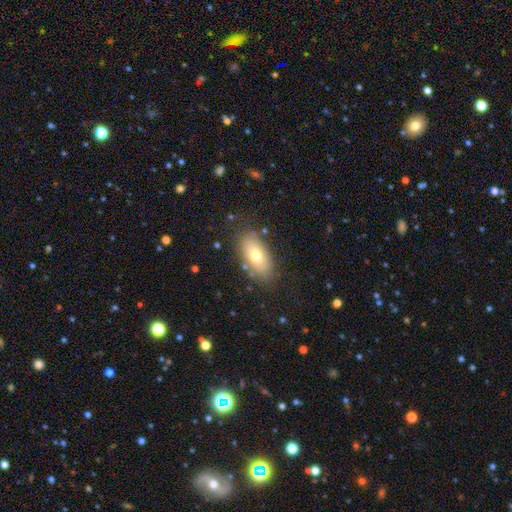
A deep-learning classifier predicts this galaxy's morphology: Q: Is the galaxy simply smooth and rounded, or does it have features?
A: smooth — 69%.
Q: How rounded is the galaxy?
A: in between — 90%.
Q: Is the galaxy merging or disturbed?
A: none — 79%.